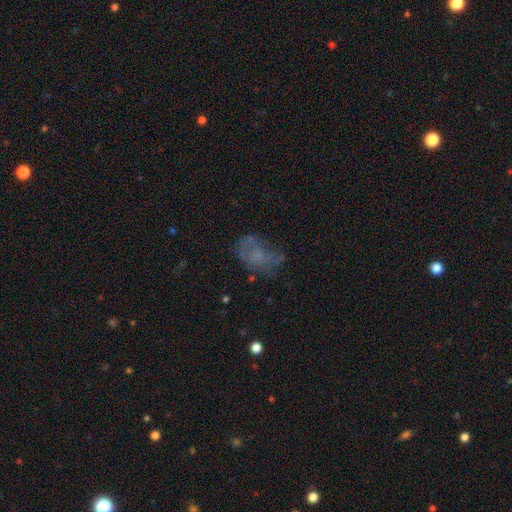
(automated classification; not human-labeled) A featured or disk galaxy (42%, tied with smooth).

Vote fractions:
- Smooth or featured? featured or disk: 42% (tied) / smooth: 42% (tied) / star or artifact: 16%
- Merging? none: 46% / major disturbance: 26% / minor disturbance: 24% / merger: 5%